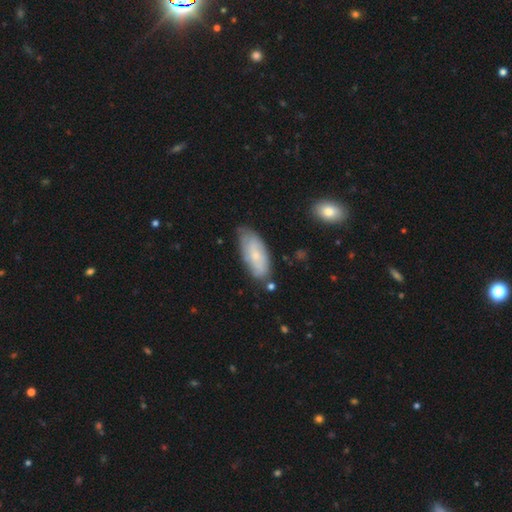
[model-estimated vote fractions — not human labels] smooth_or_featured: smooth (p=0.60) [alt: featured or disk p=0.33]
how_rounded: in between (p=0.85) [alt: cigar-shaped p=0.13]
merging: none (p=0.67) [alt: minor disturbance p=0.25]